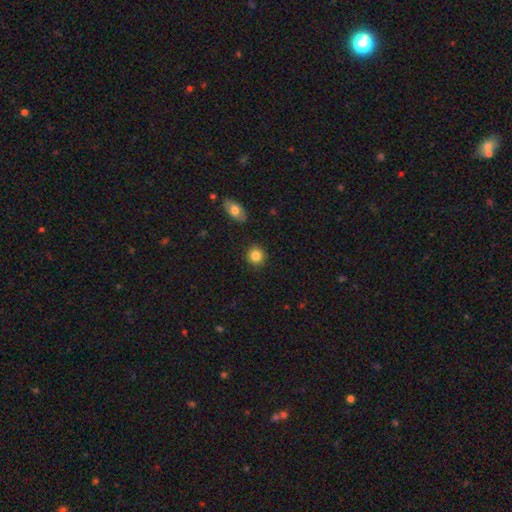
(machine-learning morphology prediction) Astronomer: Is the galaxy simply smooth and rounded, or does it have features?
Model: smooth — 85%.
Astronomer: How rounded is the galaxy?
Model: round — 86%.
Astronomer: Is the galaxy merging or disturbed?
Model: none — 88%.